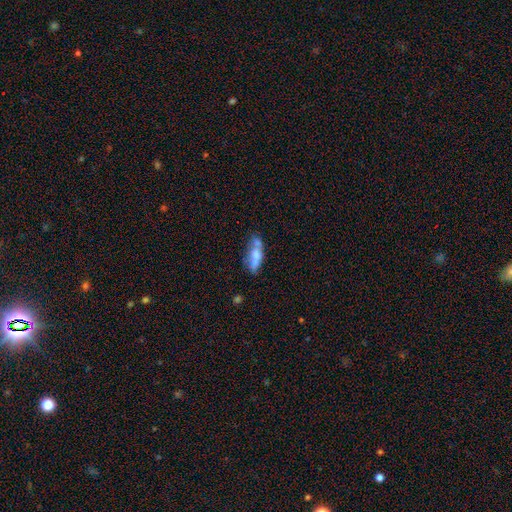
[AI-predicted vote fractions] Smooth or featured: smooth — 55% (featured or disk — 36%)
How rounded: in between — 69% (cigar-shaped — 27%)
Merging: none — 38% (merger — 30%)